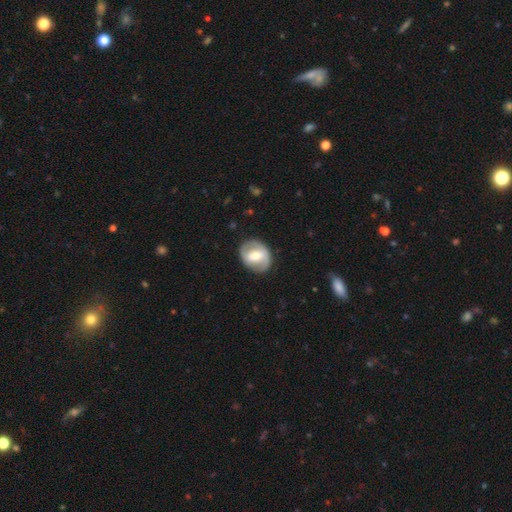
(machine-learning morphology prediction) featured or disk 63%, smooth 32%, star or artifact 5%. Down the decision tree: edge-on disk — no (96%); bar — weak (41%); spiral arms — yes (64%); bulge size — moderate (66%); merging — none (84%).